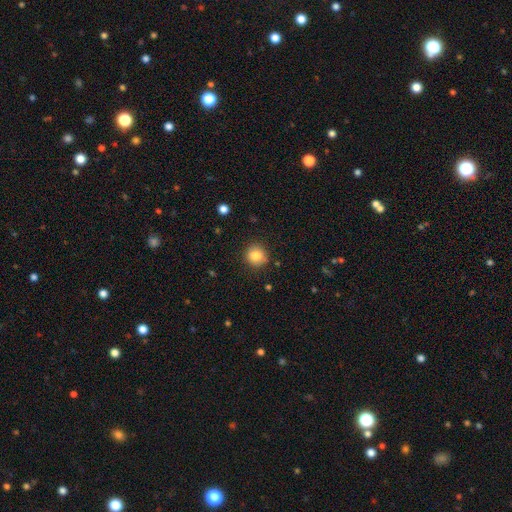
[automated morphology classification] A smooth galaxy with no disk features (82%) that is round (91%). Merging: none (89%).